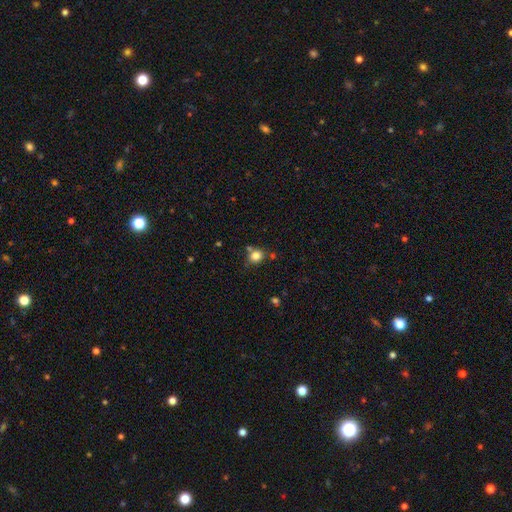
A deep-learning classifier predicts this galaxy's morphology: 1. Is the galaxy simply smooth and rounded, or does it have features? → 81% smooth, 12% star or artifact, 7% featured or disk.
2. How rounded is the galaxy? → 75% round, 24% in between, 1% cigar-shaped.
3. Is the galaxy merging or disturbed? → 68% none, 15% minor disturbance, 13% merger, 4% major disturbance.